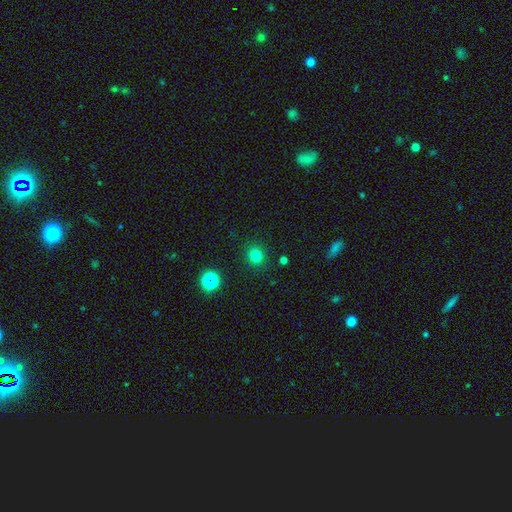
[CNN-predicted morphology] type=smooth (79%); roundness=round (83%); merging=none (88%).